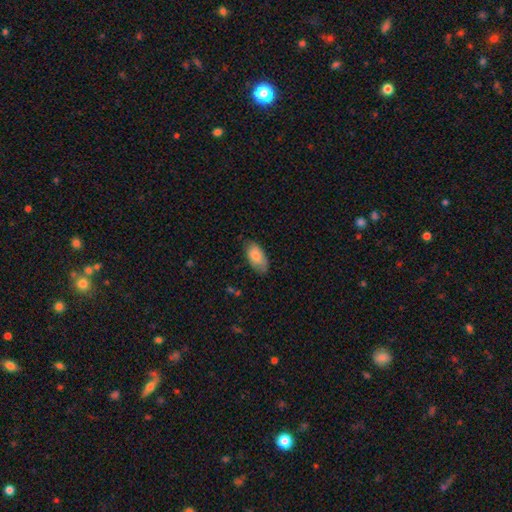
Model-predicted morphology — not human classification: type=smooth (81%); roundness=in between (93%); merging=none (68%).